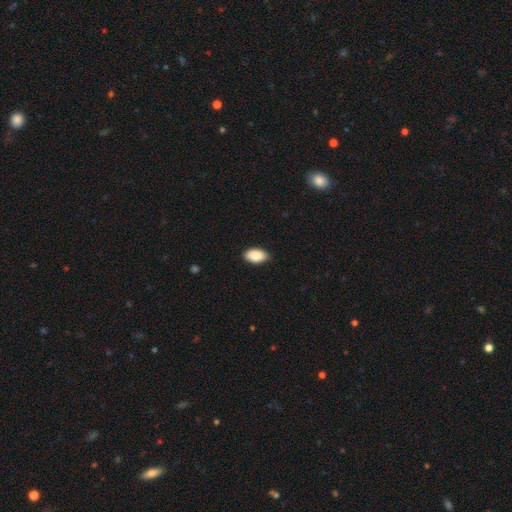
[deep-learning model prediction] Overall: smooth (89%). How rounded: in between (94%). Merging: none (81%).